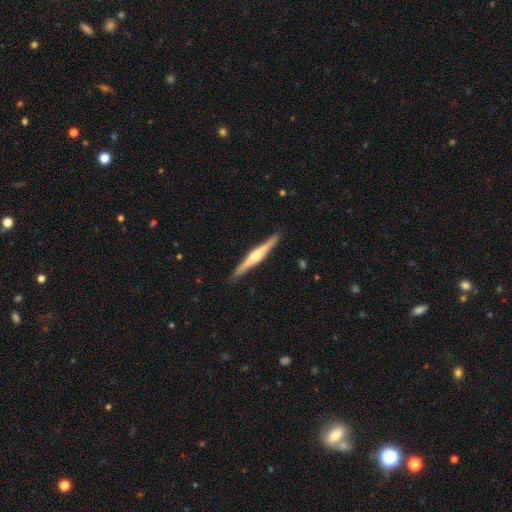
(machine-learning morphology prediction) A featured or disk galaxy (75%) viewed edge-on (98%) with a rounded central bulge (90%). Merging: none (91%).